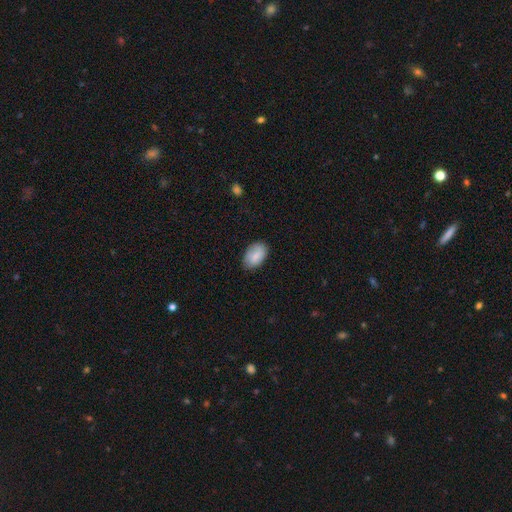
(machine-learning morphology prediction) Q: Smooth or featured?
A: smooth (84%); runner-up: featured or disk (10%)
Q: How rounded?
A: in between (92%); runner-up: round (6%)
Q: Merging?
A: none (82%); runner-up: minor disturbance (15%)